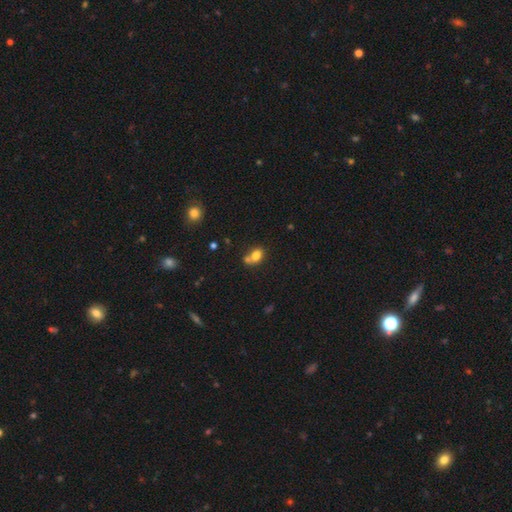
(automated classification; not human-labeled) This is likely a smooth galaxy (78%). How rounded: likely in between (66%). Merging: marginally none (43%).